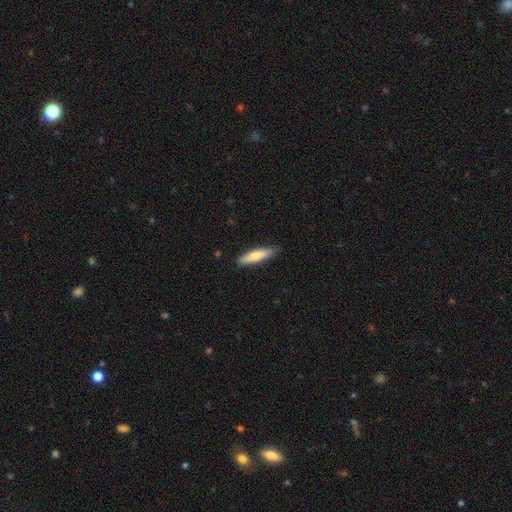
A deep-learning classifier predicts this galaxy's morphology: Overall: smooth (73%). How rounded: cigar-shaped (75%). Merging: none (84%).